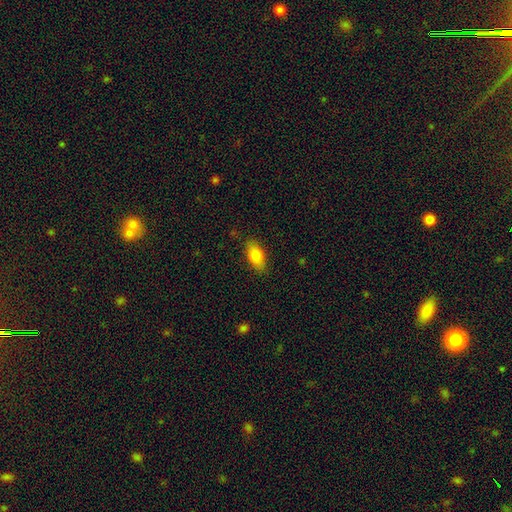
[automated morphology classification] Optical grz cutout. It shows a smooth galaxy with no disk features (80%) that is in between round and cigar-shaped (88%). Merging: none (85%).